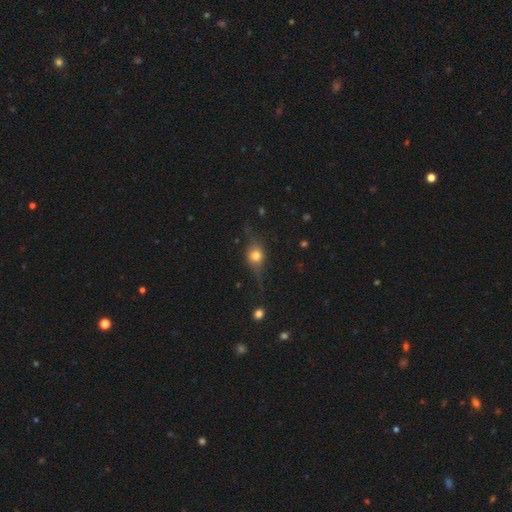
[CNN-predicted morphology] This appears to be a featured or disk galaxy (46%). Merging: none (69%).